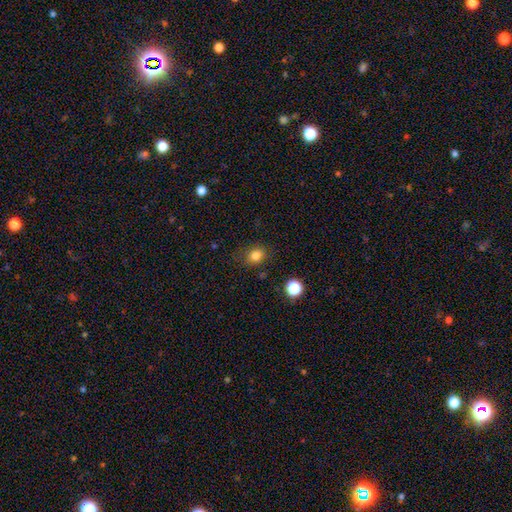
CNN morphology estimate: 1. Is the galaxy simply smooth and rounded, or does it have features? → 81% smooth, 13% star or artifact, 6% featured or disk.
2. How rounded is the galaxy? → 57% round, 42% in between, 1% cigar-shaped.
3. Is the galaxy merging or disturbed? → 78% none, 15% minor disturbance, 4% major disturbance, 2% merger.